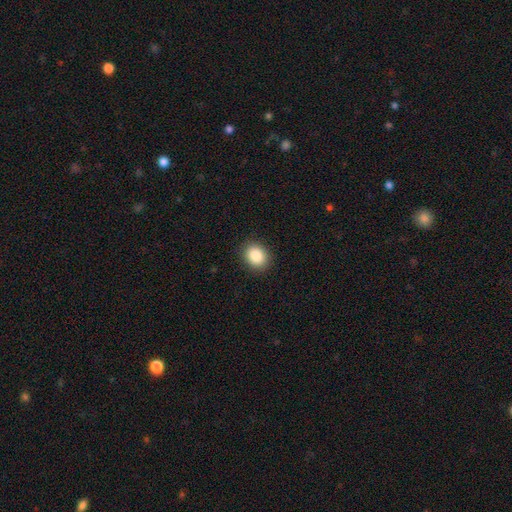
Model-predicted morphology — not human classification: Smooth or featured? Predicted: smooth (p=0.88). How rounded? Predicted: round (p=0.53). Merging? Predicted: none (p=0.90).